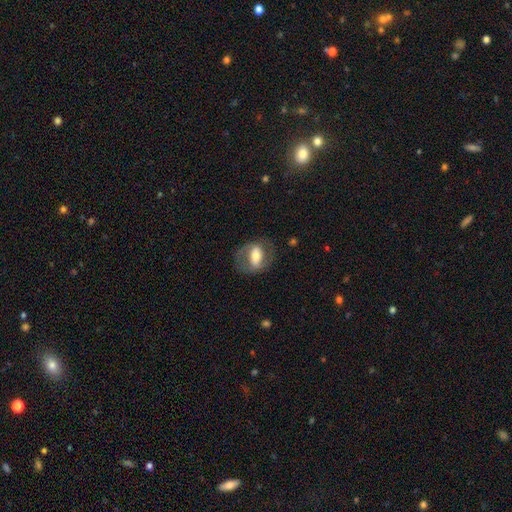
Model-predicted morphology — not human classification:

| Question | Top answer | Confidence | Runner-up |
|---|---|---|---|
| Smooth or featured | featured or disk | 57% | smooth (36%) |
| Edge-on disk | no | 90% | yes (10%) |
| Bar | strong | 51% | weak (29%) |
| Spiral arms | yes | 59% | no (41%) |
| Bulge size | moderate | 54% | large (23%) |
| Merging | none | 70% | minor disturbance (16%) |